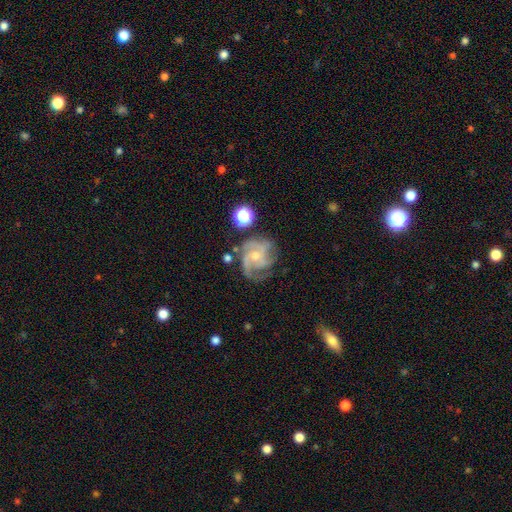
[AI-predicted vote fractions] Smooth or featured? Predicted: featured or disk (p=0.84). Edge-on disk? Predicted: no (p=0.98). Bar? Predicted: no (p=0.70). Spiral arms? Predicted: yes (p=0.96). Spiral winding? Predicted: medium (p=0.46). Spiral arm count? Predicted: 3 (p=0.44). Bulge size? Predicted: small (p=0.57). Merging? Predicted: none (p=0.61).